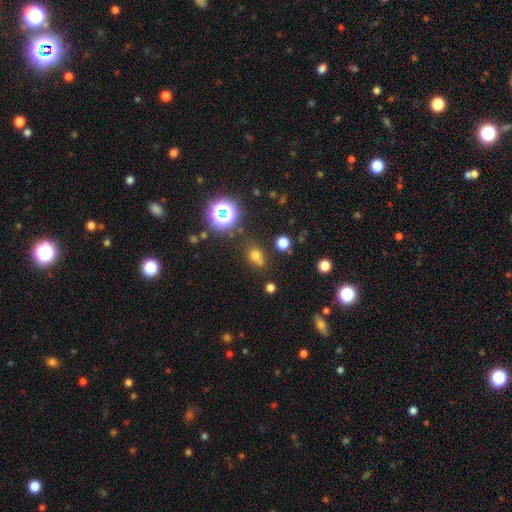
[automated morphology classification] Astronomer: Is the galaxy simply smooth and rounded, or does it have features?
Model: smooth — 65%.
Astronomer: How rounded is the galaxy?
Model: round — 65%.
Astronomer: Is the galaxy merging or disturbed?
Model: none — 58%.